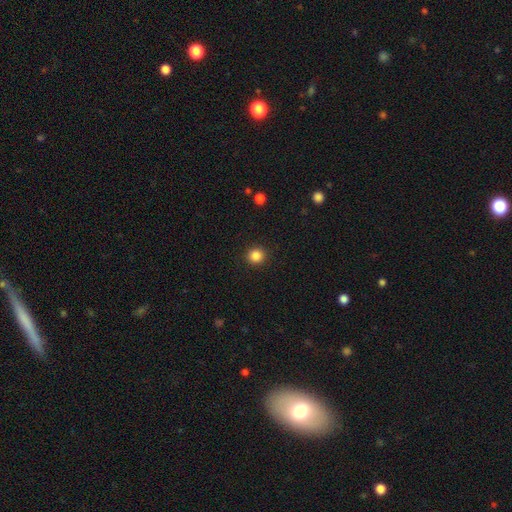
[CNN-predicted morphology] Smooth or featured?
  - smooth: 85% *
  - star or artifact: 11%
  - featured or disk: 4%
How rounded?
  - round: 92% *
  - in between: 7%
  - cigar-shaped: 1%
Merging?
  - none: 92% *
  - minor disturbance: 5%
  - major disturbance: 2%
  - merger: 1%